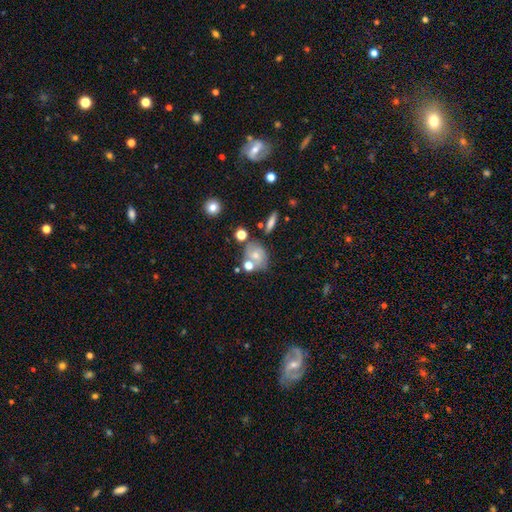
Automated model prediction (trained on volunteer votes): This is possibly a smooth galaxy (50%). How rounded: possibly round (54%). Merging: possibly none (50%).